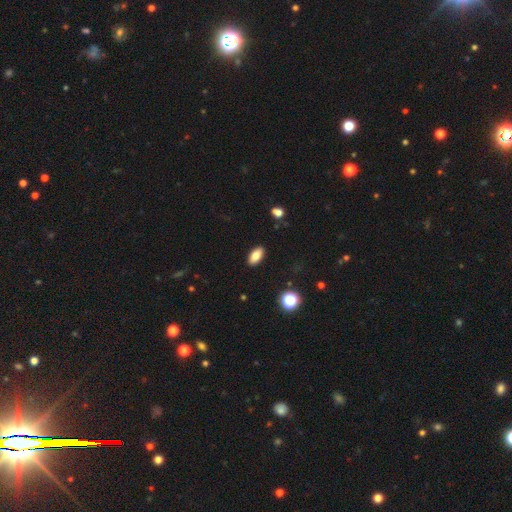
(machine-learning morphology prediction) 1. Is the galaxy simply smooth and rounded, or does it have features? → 82% smooth, 9% star or artifact, 9% featured or disk.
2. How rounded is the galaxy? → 90% in between, 7% cigar-shaped, 3% round.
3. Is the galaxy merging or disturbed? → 90% none, 7% minor disturbance, 2% major disturbance, 1% merger.